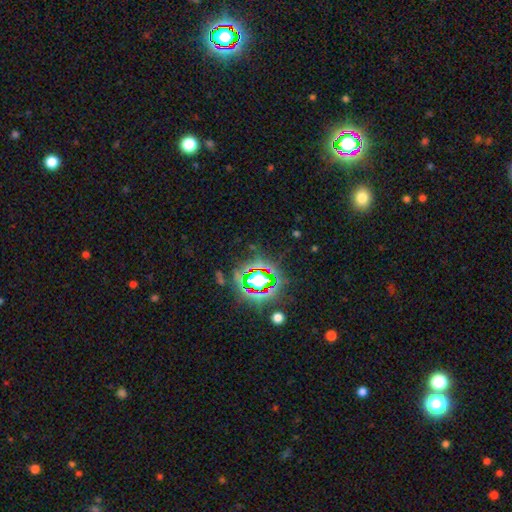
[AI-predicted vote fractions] Smooth or featured?
  - star or artifact: 77% *
  - smooth: 13%
  - featured or disk: 10%